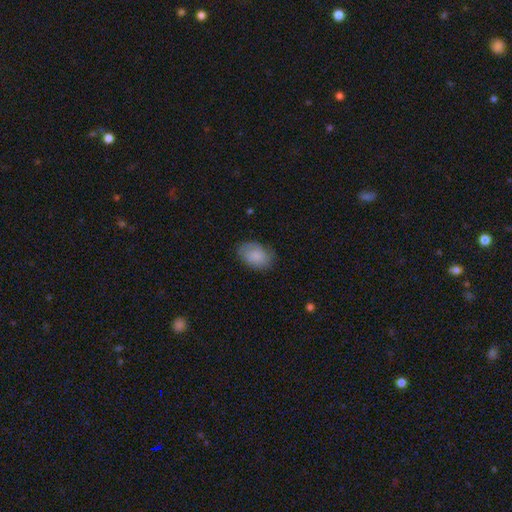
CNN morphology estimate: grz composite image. It shows a smooth galaxy with no disk features (77%) that is in between round and cigar-shaped (82%). Merging: none (73%).